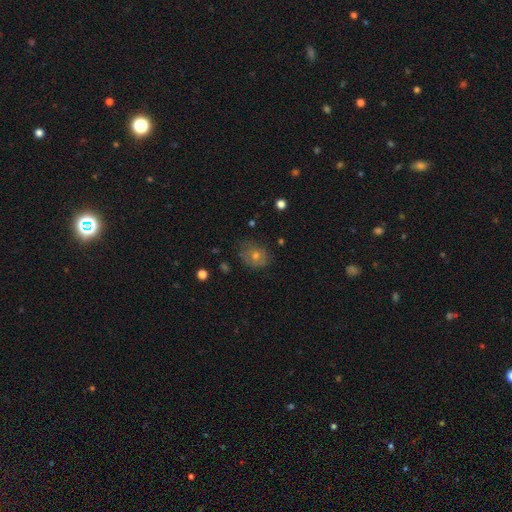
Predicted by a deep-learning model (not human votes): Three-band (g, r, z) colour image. It shows a smooth galaxy with no disk features (56%) that is round (60%). Merging: none (72%).